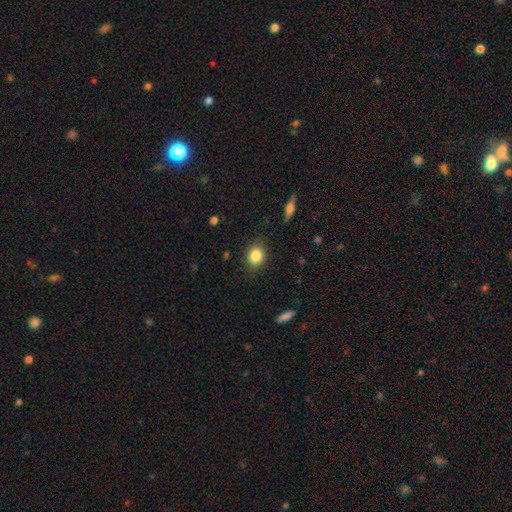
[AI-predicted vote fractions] Smooth or featured? Predicted: smooth (p=0.85). How rounded? Predicted: round (p=0.60). Merging? Predicted: none (p=0.85).